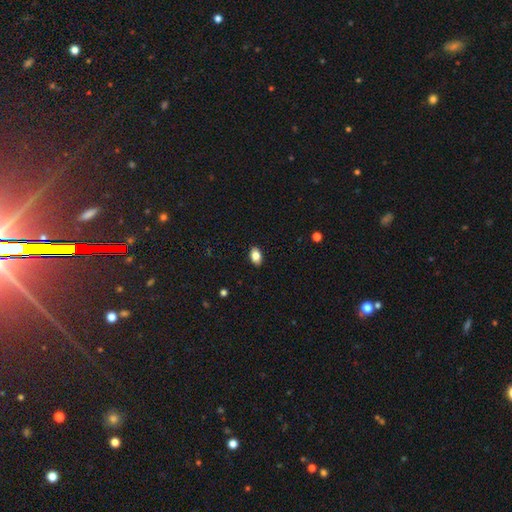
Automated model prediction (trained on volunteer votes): This is clearly a smooth galaxy (83%). How rounded: clearly in between (88%). Merging: clearly none (89%).